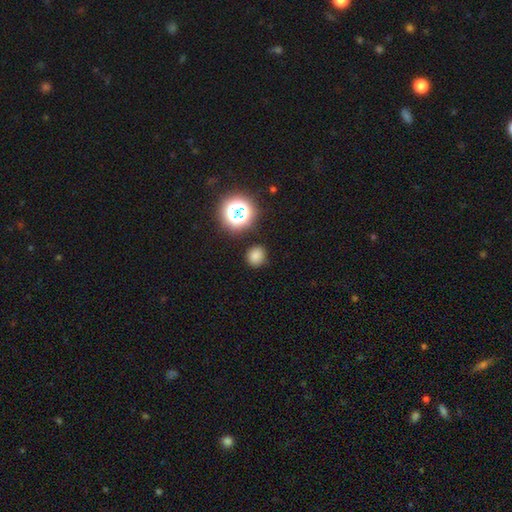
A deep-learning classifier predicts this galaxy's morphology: smooth 78%, star or artifact 17%, featured or disk 5%. Down the decision tree: how rounded — round (81%); merging — none (87%).